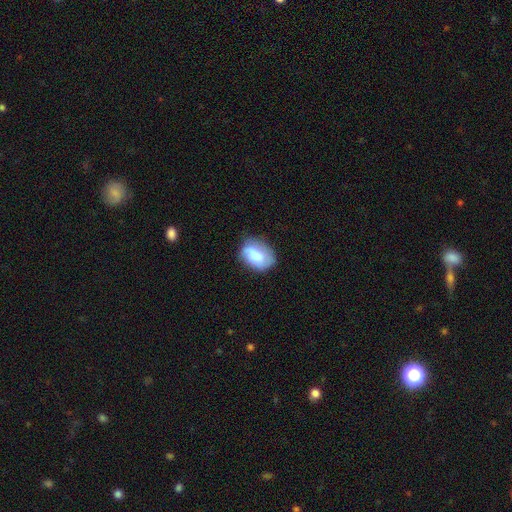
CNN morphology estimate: type=smooth (69%); roundness=in between (76%); merging=none (58%).